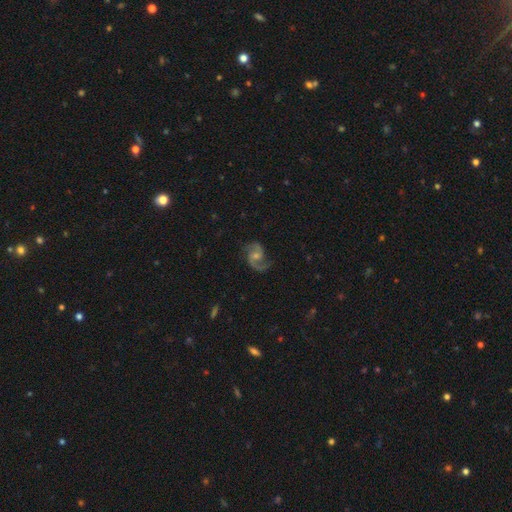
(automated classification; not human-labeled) Q: Smooth or featured?
A: featured or disk (90%); runner-up: star or artifact (6%)
Q: Edge-on disk?
A: no (98%); runner-up: yes (2%)
Q: Bar?
A: no (53%); runner-up: weak (38%)
Q: Spiral arms?
A: yes (98%); runner-up: no (2%)
Q: Spiral winding?
A: medium (59%); runner-up: loose (26%)
Q: Spiral arm count?
A: 2 (93%); runner-up: 1 (2%)
Q: Bulge size?
A: small (47%); runner-up: moderate (44%)
Q: Merging?
A: none (80%); runner-up: minor disturbance (13%)